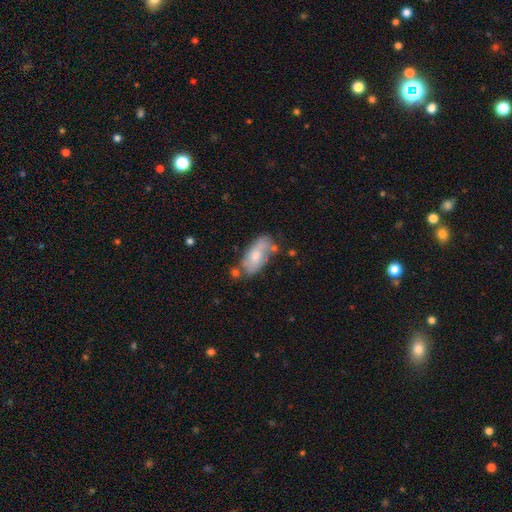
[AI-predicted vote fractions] Q: Smooth or featured?
A: smooth (54%); runner-up: featured or disk (39%)
Q: How rounded?
A: in between (89%); runner-up: cigar-shaped (8%)
Q: Merging?
A: none (52%); runner-up: minor disturbance (26%)